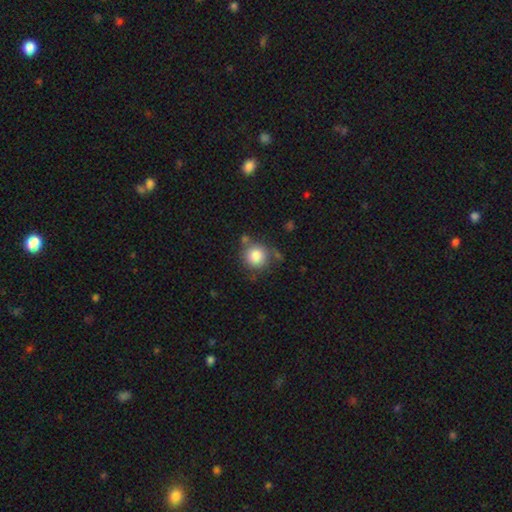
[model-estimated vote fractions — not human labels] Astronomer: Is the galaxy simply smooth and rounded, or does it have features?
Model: smooth — 84%.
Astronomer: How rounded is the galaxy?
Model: round — 91%.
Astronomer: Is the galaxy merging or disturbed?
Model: none — 67%.